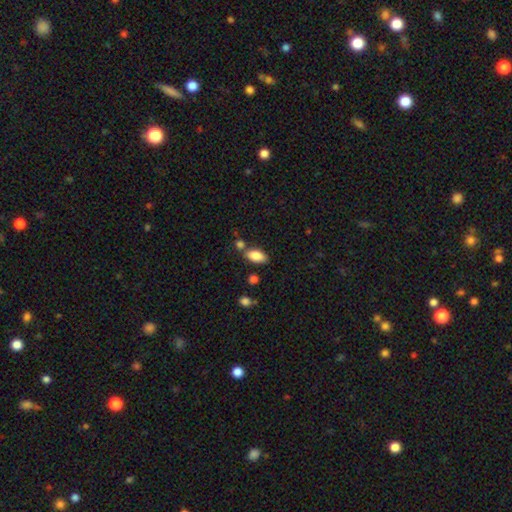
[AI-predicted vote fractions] smooth_or_featured: smooth (p=0.84) [alt: featured or disk p=0.09]
how_rounded: in between (p=0.90) [alt: cigar-shaped p=0.06]
merging: none (p=0.69) [alt: merger p=0.14]